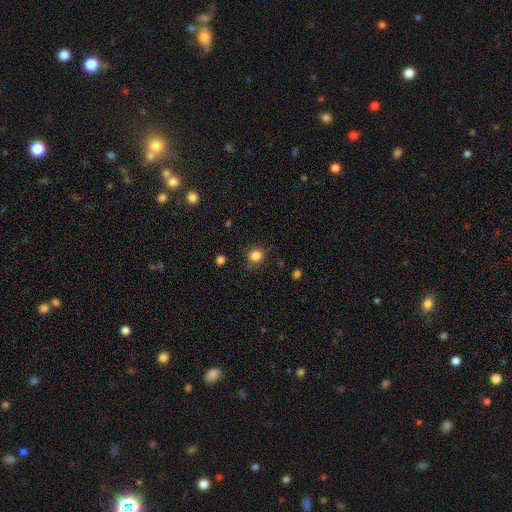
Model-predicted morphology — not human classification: A smooth galaxy with no disk features (84%) that is round (79%).

Vote fractions:
- Smooth or featured? smooth: 84% / star or artifact: 12% / featured or disk: 4%
- How rounded? round: 79% / in between: 20% / cigar-shaped: 1%
- Merging? none: 79% / minor disturbance: 15% / major disturbance: 4% / merger: 2%